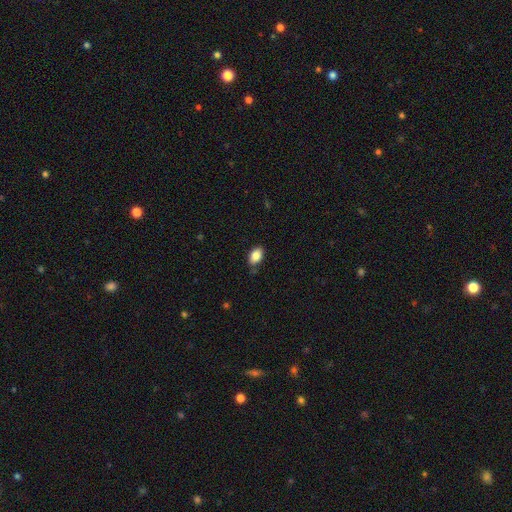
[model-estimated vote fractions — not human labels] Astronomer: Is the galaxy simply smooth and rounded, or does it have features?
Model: smooth — 86%.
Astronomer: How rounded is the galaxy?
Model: in between — 88%.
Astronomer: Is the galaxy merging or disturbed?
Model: none — 82%.